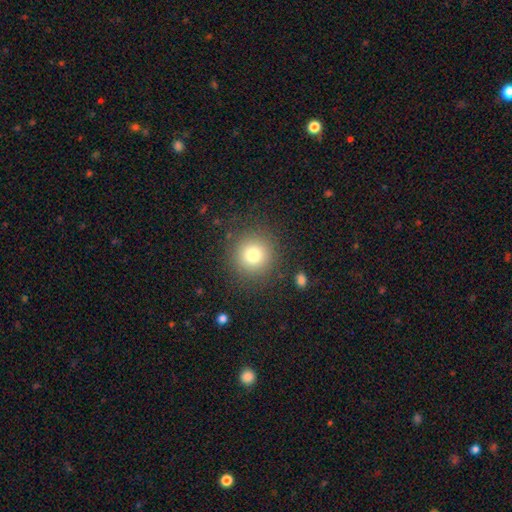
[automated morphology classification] smooth 78%, star or artifact 13%, featured or disk 9%. Down the decision tree: how rounded — round (94%); merging — none (87%).